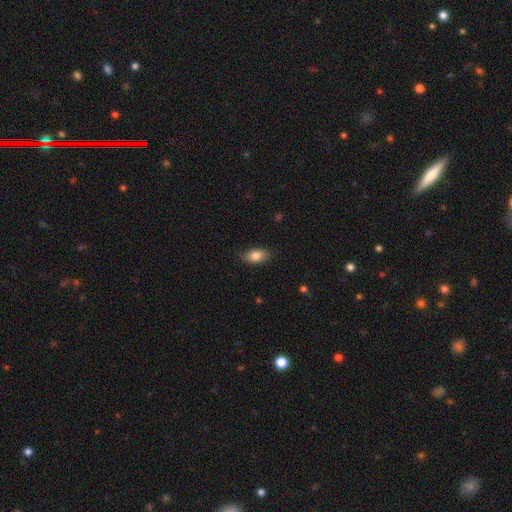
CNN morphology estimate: Q: Smooth or featured?
A: smooth (85%); runner-up: featured or disk (8%)
Q: How rounded?
A: in between (90%); runner-up: round (6%)
Q: Merging?
A: none (81%); runner-up: minor disturbance (15%)